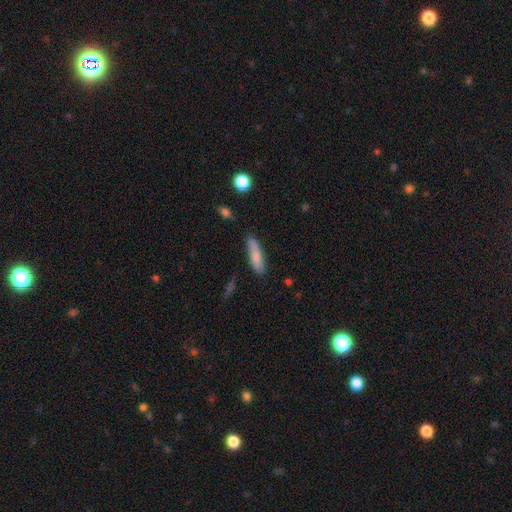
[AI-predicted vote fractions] The model was most divided on "how rounded": cigar-shaped: 72%, in between: 26%, round: 2%. More confident: smooth or featured — smooth (76%); merging — none (75%).